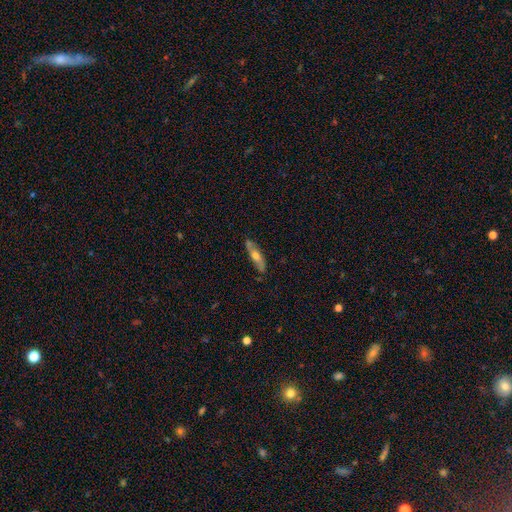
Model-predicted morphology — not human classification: This appears to be a featured or disk galaxy (50%). Merging: none (80%).